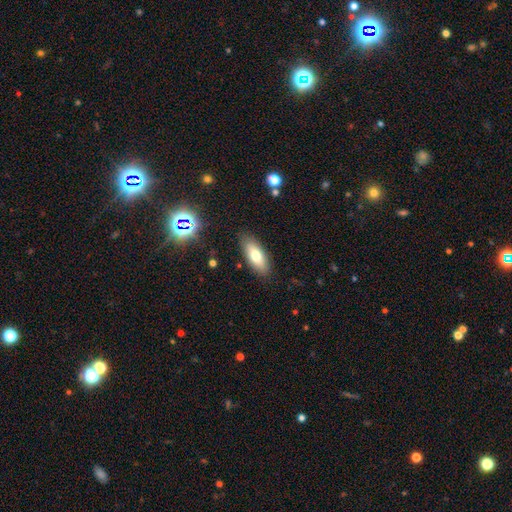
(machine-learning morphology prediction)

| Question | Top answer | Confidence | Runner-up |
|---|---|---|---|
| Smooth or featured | smooth | 72% | featured or disk (20%) |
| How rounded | in between | 78% | cigar-shaped (20%) |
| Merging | none | 86% | minor disturbance (10%) |